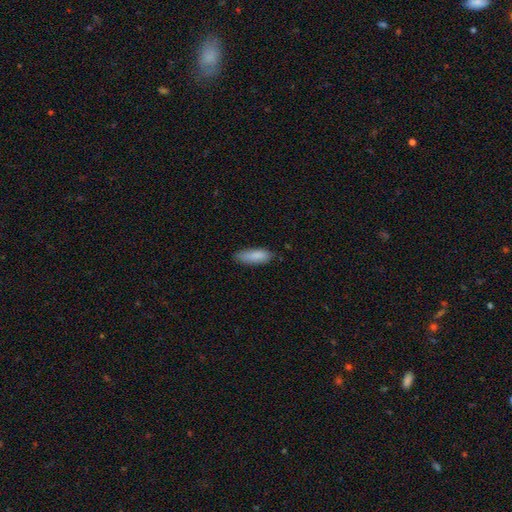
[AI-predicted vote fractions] Morphology: type=smooth (87%); roundness=in between (63%); merging=none (76%).